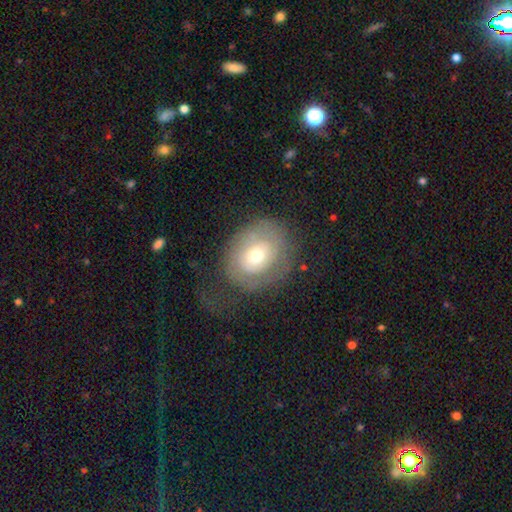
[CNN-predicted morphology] This is possibly a featured or disk galaxy (46%, tied with smooth). Merging: possibly none (51%).